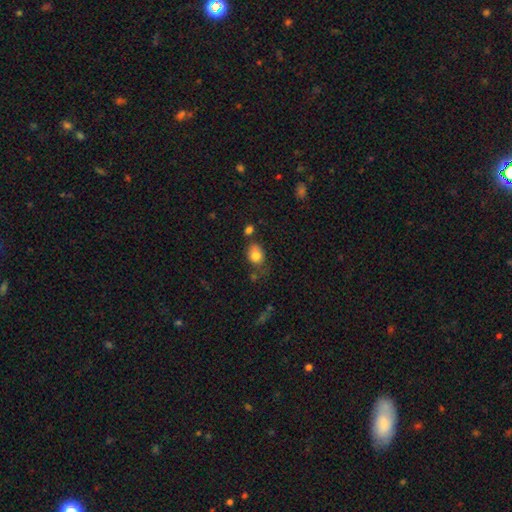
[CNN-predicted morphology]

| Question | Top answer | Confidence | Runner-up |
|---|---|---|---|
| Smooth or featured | smooth | 81% | star or artifact (10%) |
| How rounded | in between | 58% | round (41%) |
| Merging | none | 52% | minor disturbance (27%) |